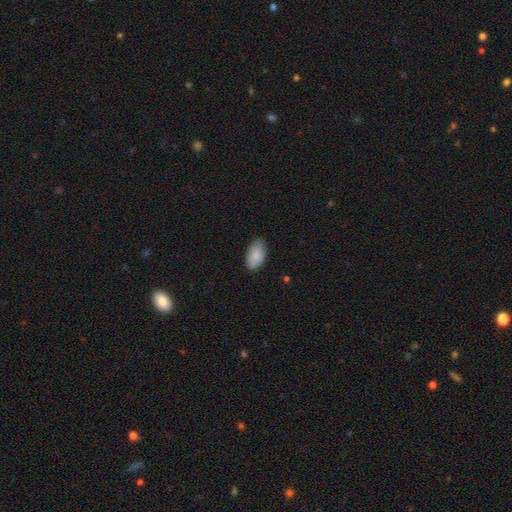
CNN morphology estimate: This is clearly a smooth galaxy (87%). How rounded: clearly in between (95%). Merging: likely none (80%).